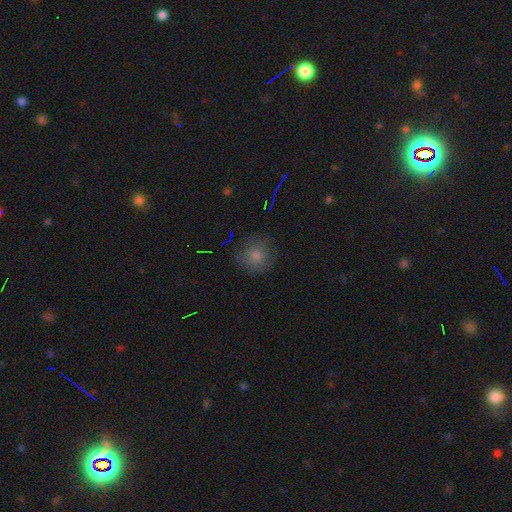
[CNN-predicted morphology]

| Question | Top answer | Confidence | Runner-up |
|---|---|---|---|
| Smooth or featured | smooth | 76% | star or artifact (14%) |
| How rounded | round | 89% | in between (10%) |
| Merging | none | 80% | minor disturbance (14%) |